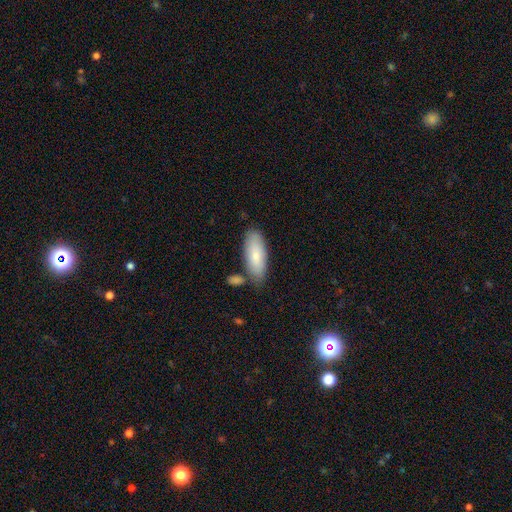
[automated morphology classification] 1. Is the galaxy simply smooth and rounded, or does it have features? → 79% smooth, 15% featured or disk, 6% star or artifact.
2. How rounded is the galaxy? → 73% in between, 25% cigar-shaped, 2% round.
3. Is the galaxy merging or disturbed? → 73% none, 15% minor disturbance, 9% merger, 3% major disturbance.